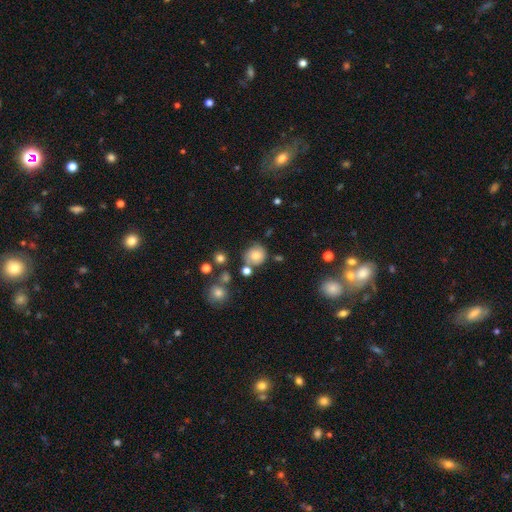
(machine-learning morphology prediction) type=smooth (72%); roundness=round (85%); merging=none (66%).